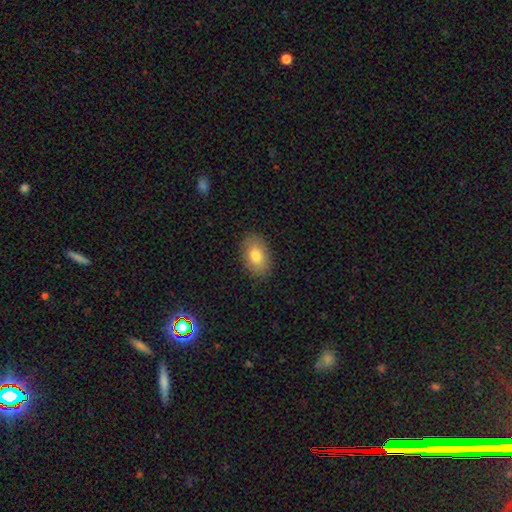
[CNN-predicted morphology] The model was most divided on "smooth or featured": smooth: 79%, featured or disk: 13%, star or artifact: 8%. More confident: how rounded — in between (89%); merging — none (87%).